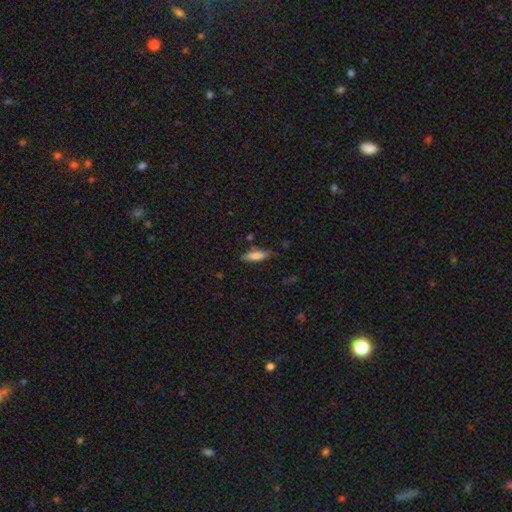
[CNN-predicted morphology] A smooth galaxy with no disk features (77%) that is cigar-shaped (55%).

Vote fractions:
- Smooth or featured? smooth: 77% / featured or disk: 16% / star or artifact: 7%
- How rounded? cigar-shaped: 55% / in between: 44% / round: 2%
- Merging? none: 75% / minor disturbance: 19% / major disturbance: 4% / merger: 3%